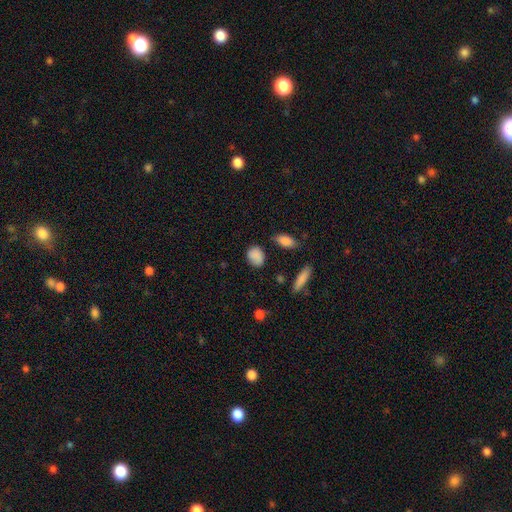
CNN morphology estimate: This appears to be a smooth galaxy with no disk features (85%) that is in between round and cigar-shaped (56%). Merging: none (73%).